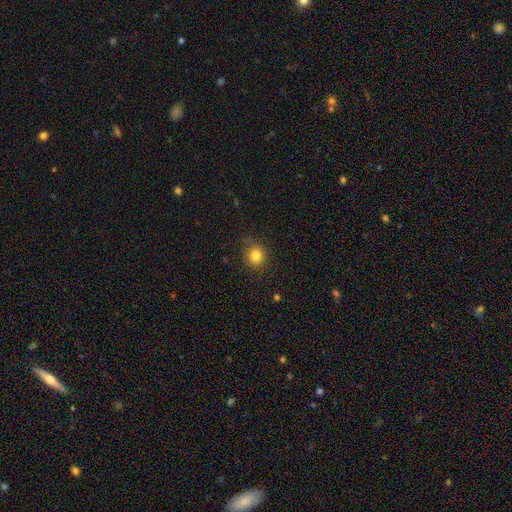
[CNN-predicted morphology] Q: Smooth or featured?
A: smooth (82%); runner-up: star or artifact (12%)
Q: How rounded?
A: round (80%); runner-up: in between (19%)
Q: Merging?
A: none (84%); runner-up: minor disturbance (12%)